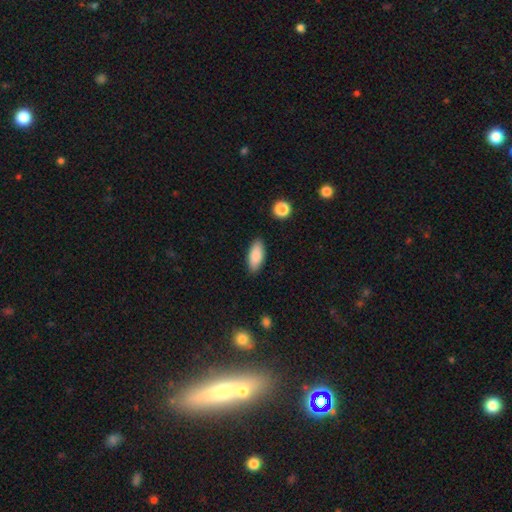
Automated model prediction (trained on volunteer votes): Morphology: type=smooth (87%); roundness=in between (85%); merging=none (86%).